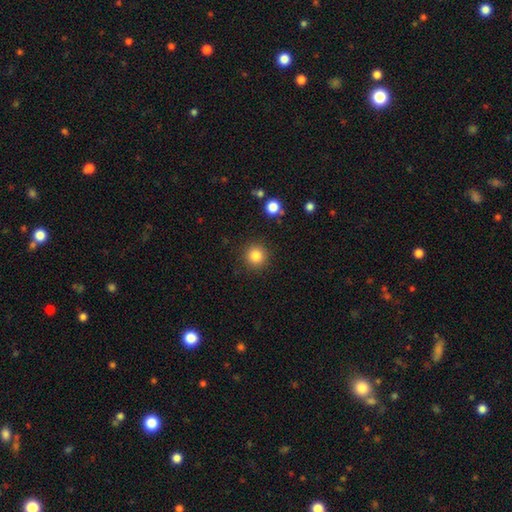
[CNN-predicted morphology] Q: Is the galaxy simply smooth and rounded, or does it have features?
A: smooth — 83%.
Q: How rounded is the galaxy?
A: round — 95%.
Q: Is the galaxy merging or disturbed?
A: none — 90%.